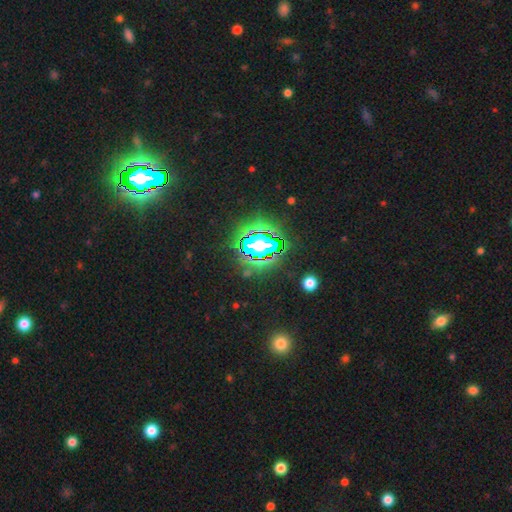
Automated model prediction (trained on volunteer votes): smooth_or_featured: star or artifact (p=0.81) [alt: smooth p=0.11]